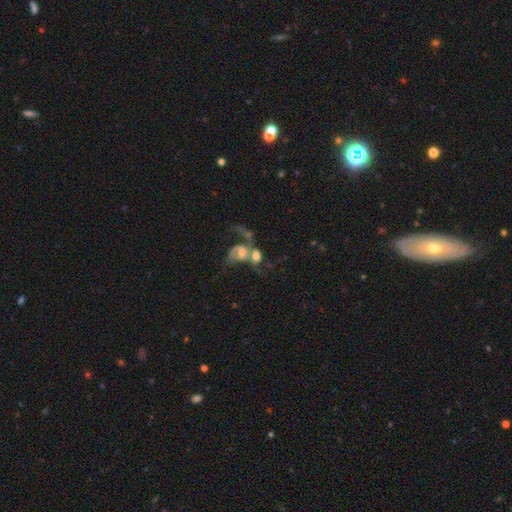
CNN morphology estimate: featured or disk 57%, smooth 33%, star or artifact 10%. Down the decision tree: edge-on disk — no (96%); bar — no (63%); spiral arms — yes (77%); bulge size — moderate (44%); merging — merger (74%).